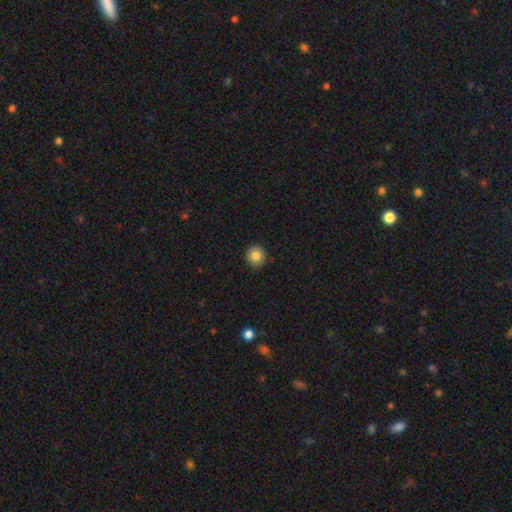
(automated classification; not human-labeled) Smooth or featured: smooth — 83% (star or artifact — 10%)
How rounded: round — 94% (in between — 5%)
Merging: none — 90% (minor disturbance — 7%)